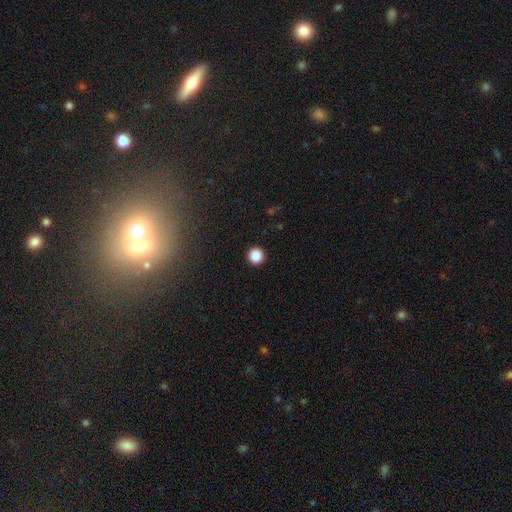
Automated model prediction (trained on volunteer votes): A smooth galaxy with no disk features (87%) that is round (96%).

Vote fractions:
- Smooth or featured? smooth: 87% / star or artifact: 10% / featured or disk: 3%
- How rounded? round: 96% / in between: 3% / cigar-shaped: 1%
- Merging? none: 93% / minor disturbance: 4% / major disturbance: 2% / merger: 1%